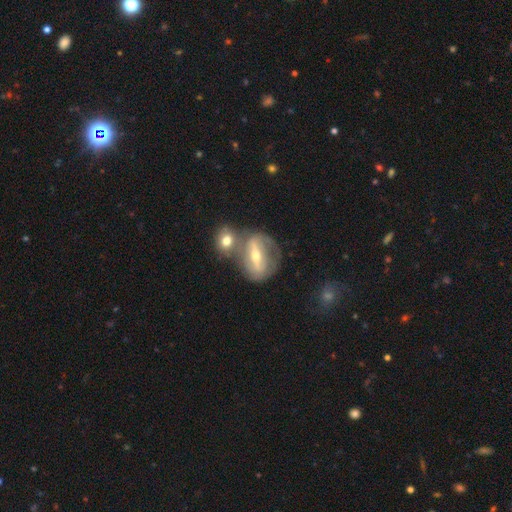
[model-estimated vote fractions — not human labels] smooth_or_featured: featured or disk (p=0.74) [alt: smooth p=0.19]
disk_edge_on: no (p=0.87) [alt: yes p=0.13]
bar: strong (p=0.65) [alt: weak p=0.24]
has_spiral_arms: yes (p=0.64) [alt: no p=0.36]
bulge_size: moderate (p=0.57) [alt: small p=0.37]
merging: none (p=0.41) [alt: merger p=0.35]